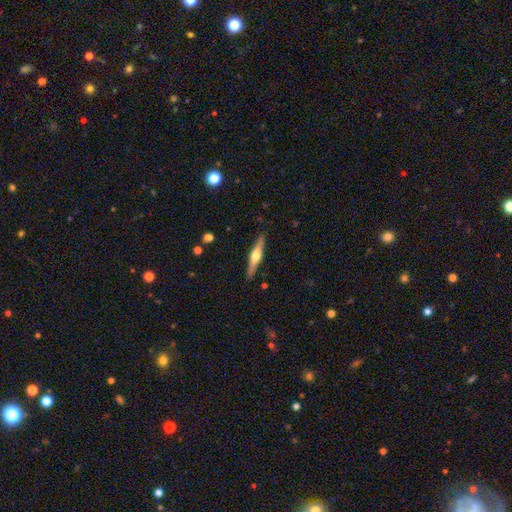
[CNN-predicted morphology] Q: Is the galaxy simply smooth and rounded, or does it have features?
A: featured or disk — 69%.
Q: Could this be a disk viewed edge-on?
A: yes — 97%.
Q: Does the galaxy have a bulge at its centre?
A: rounded — 93%.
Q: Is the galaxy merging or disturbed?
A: none — 90%.